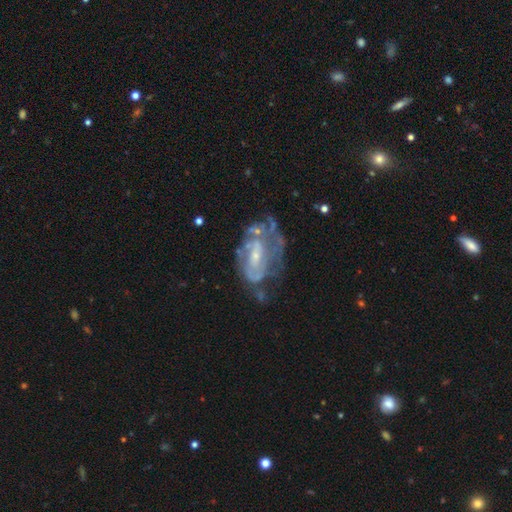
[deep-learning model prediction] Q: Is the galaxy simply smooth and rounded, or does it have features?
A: featured or disk — 77%.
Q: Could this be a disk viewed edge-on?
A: no — 96%.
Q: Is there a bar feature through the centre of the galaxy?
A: no — 49%.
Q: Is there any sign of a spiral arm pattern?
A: yes — 66%.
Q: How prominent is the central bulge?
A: small — 61%.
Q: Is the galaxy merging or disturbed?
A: none — 39%.